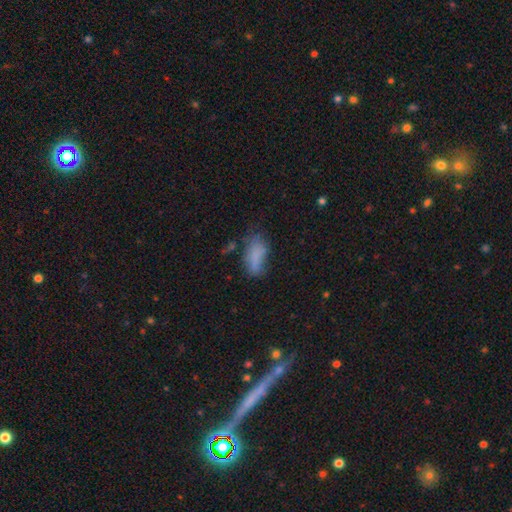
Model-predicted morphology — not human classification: smooth 74%, featured or disk 15%, star or artifact 11%. Down the decision tree: how rounded — in between (85%); merging — none (43%).